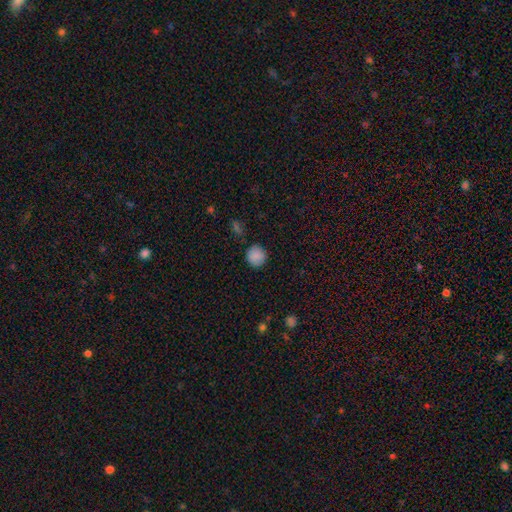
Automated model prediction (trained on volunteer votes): This appears to be a smooth galaxy with no disk features (87%) that is round (91%). Merging: none (87%).